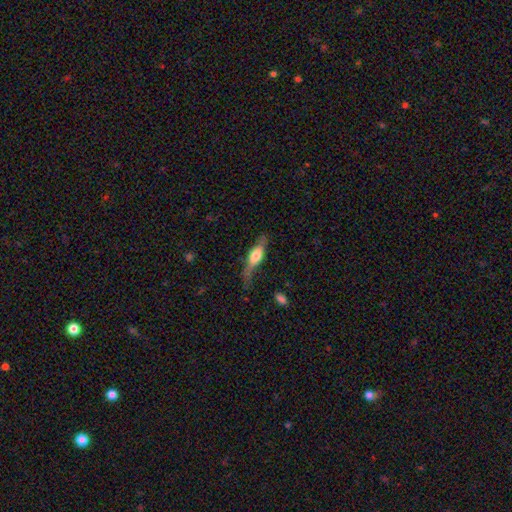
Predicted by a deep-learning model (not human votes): Morphology: type=smooth (48%); merging=none (52%).